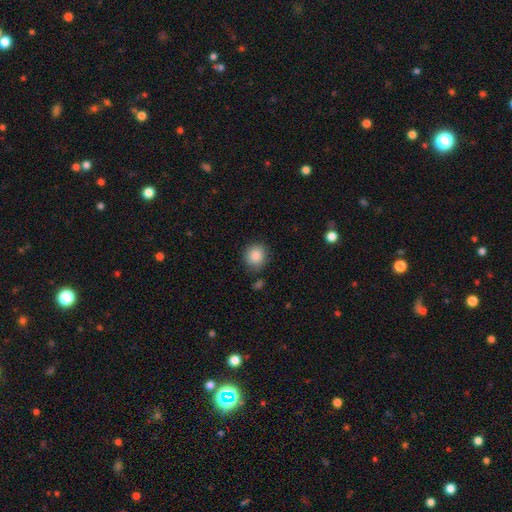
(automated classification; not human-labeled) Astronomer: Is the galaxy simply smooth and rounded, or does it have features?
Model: smooth — 87%.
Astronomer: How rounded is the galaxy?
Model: round — 82%.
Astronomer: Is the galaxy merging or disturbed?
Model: none — 83%.